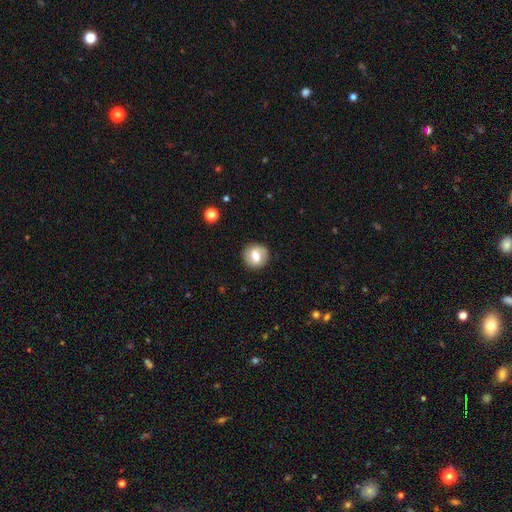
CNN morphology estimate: This is likely a smooth galaxy (61%). How rounded: clearly round (90%). Merging: clearly none (88%).